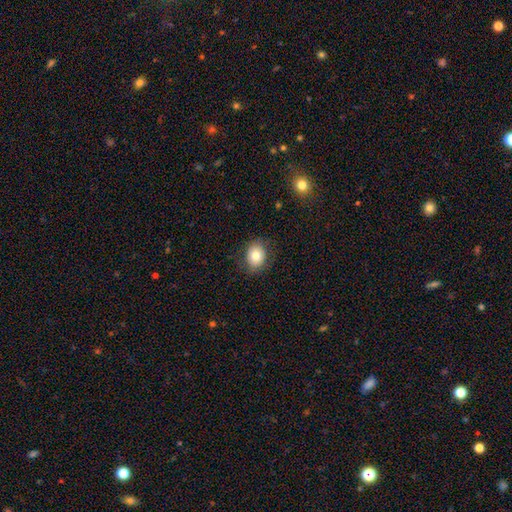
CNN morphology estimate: Overall: smooth (80%). How rounded: round (50%, tied with in between). Merging: none (82%).